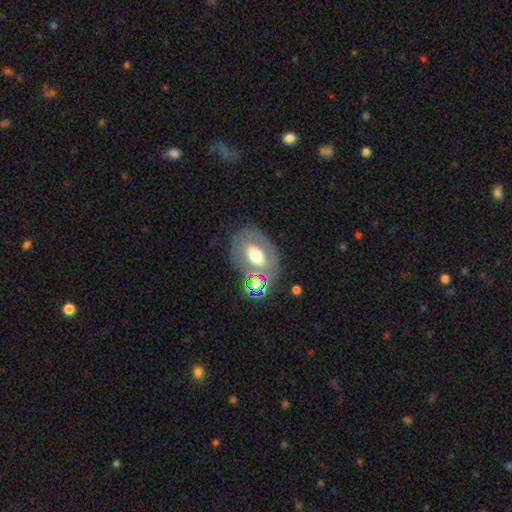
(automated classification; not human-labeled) Q: Smooth or featured?
A: smooth (45%); runner-up: featured or disk (44%)
Q: Merging?
A: none (66%); runner-up: minor disturbance (16%)